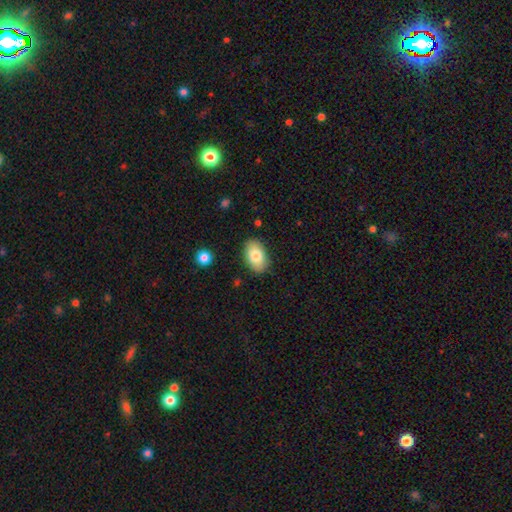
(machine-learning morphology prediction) A smooth galaxy with no disk features (79%) that is in between round and cigar-shaped (91%).

Vote fractions:
- Smooth or featured? smooth: 79% / featured or disk: 14% / star or artifact: 7%
- How rounded? in between: 91% / round: 8% / cigar-shaped: 1%
- Merging? none: 86% / minor disturbance: 10% / major disturbance: 2% / merger: 1%